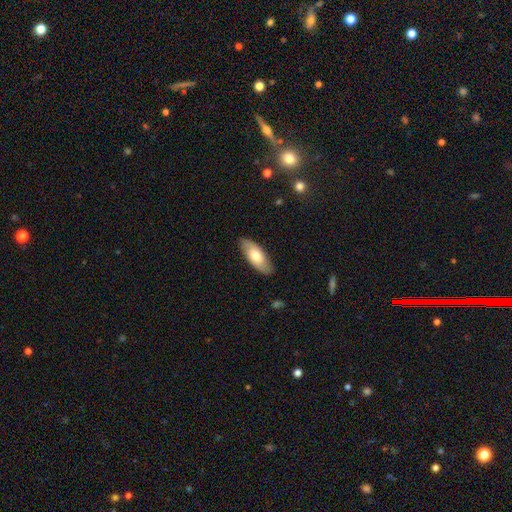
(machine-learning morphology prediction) Smooth or featured? Predicted: smooth (p=0.66). How rounded? Predicted: in between (p=0.82). Merging? Predicted: none (p=0.85).